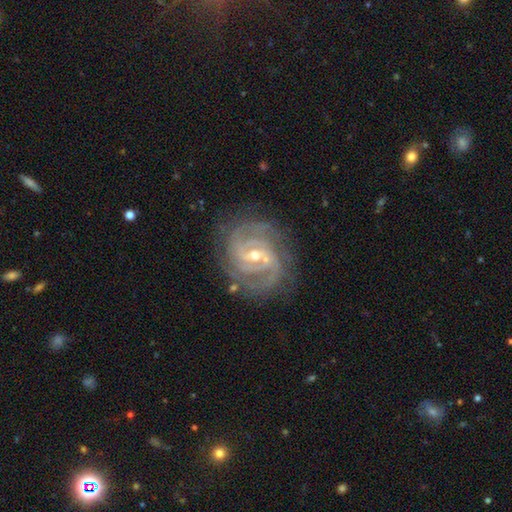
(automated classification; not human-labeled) smooth_or_featured: featured or disk (p=0.92) [alt: star or artifact p=0.05]
disk_edge_on: no (p=0.98) [alt: yes p=0.02]
bar: weak (p=0.49) [alt: strong p=0.34]
has_spiral_arms: yes (p=0.99) [alt: no p=0.01]
spiral_winding: tight (p=0.68) [alt: medium p=0.29]
spiral_arm_count: 2 (p=0.37) [alt: 3 p=0.29]
bulge_size: small (p=0.54) [alt: moderate p=0.43]
merging: none (p=0.80) [alt: minor disturbance p=0.14]